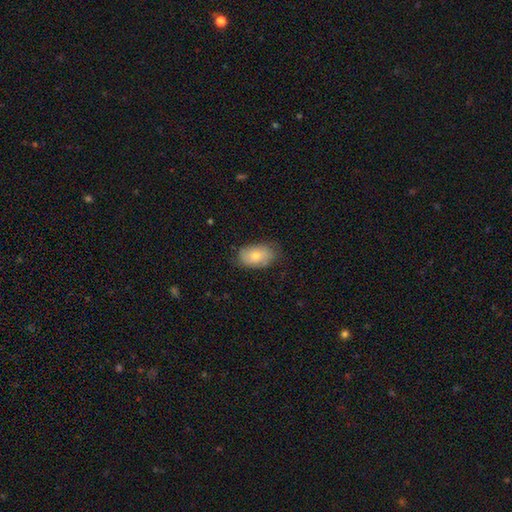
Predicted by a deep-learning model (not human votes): This is likely a smooth galaxy (67%). How rounded: clearly in between (88%). Merging: likely none (75%).